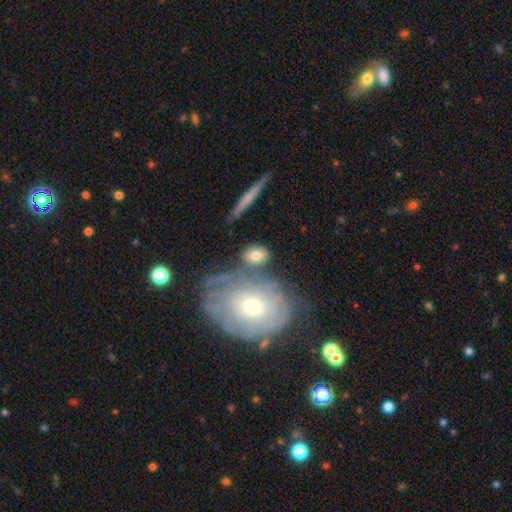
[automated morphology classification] smooth_or_featured: smooth (p=0.73) [alt: featured or disk p=0.19]
how_rounded: in between (p=0.71) [alt: round p=0.24]
merging: none (p=0.63) [alt: merger p=0.16]